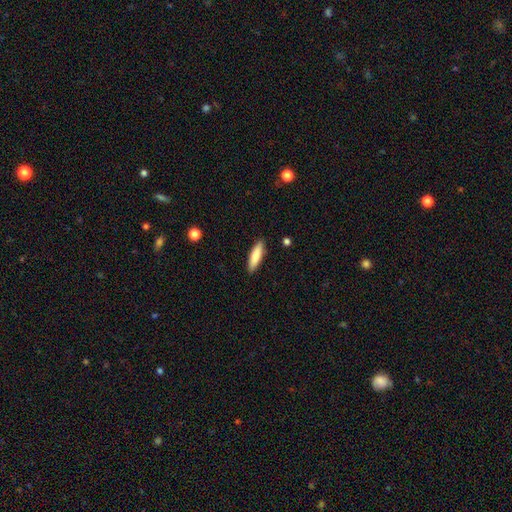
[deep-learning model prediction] Morphology: type=smooth (83%); roundness=cigar-shaped (67%); merging=none (89%).